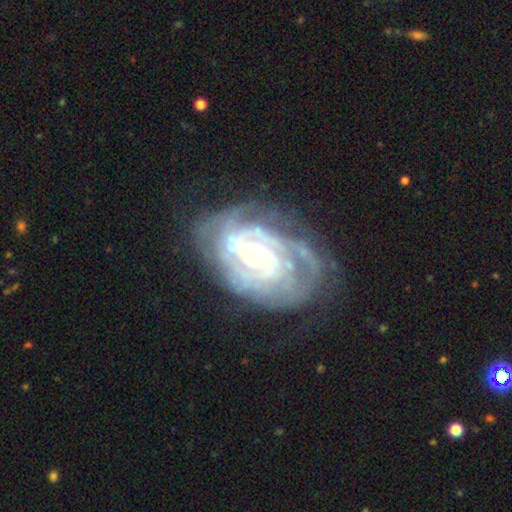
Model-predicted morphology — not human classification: Smooth or featured? featured or disk (88%)
Edge-on disk? no (97%)
Bar? no (68%)
Spiral arms? yes (95%)
Spiral winding? tight (72%)
Spiral arm count? can't tell (34%)
Bulge size? small (61%)
Merging? none (62%)